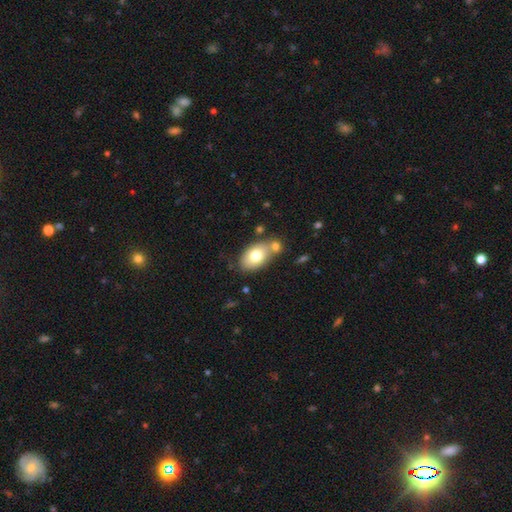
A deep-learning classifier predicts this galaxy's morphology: smooth_or_featured: smooth (p=0.74) [alt: featured or disk p=0.18]
how_rounded: in between (p=0.88) [alt: round p=0.10]
merging: none (p=0.58) [alt: merger p=0.24]